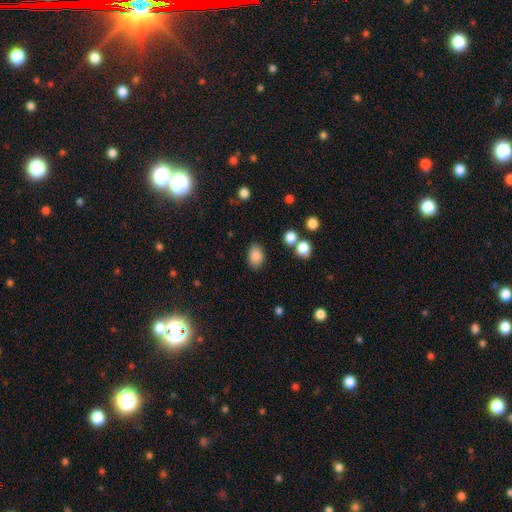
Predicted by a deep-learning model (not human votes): Morphology: type=smooth (85%); roundness=in between (82%); merging=none (82%).